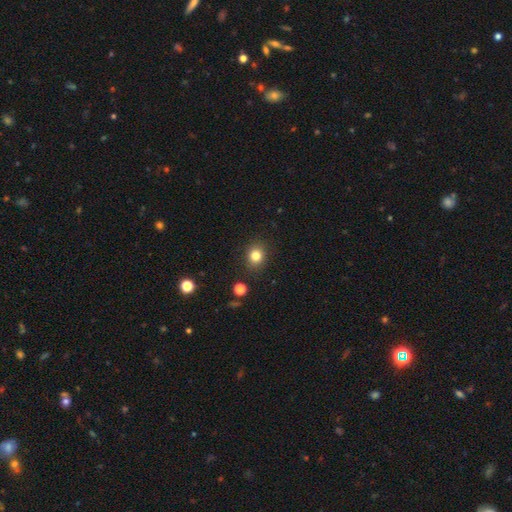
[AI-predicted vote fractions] smooth-or-featured: smooth: 82% | star or artifact: 12% | featured or disk: 6%
  how-rounded: round: 69% | in between: 30% | cigar-shaped: 1%
  merging: none: 88% | minor disturbance: 8% | major disturbance: 2% | merger: 2%